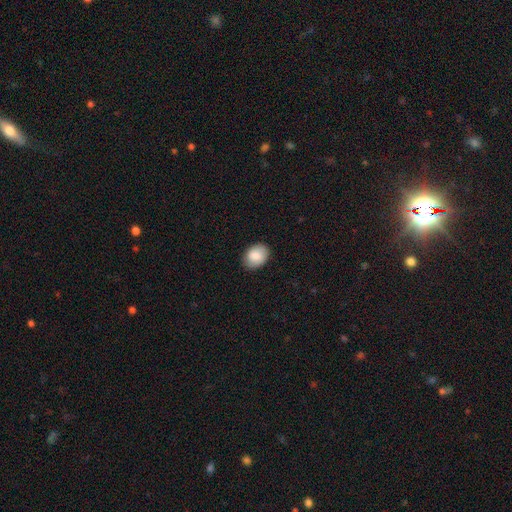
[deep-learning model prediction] smooth 85%, featured or disk 9%, star or artifact 7%. Down the decision tree: how rounded — in between (72%); merging — none (86%).